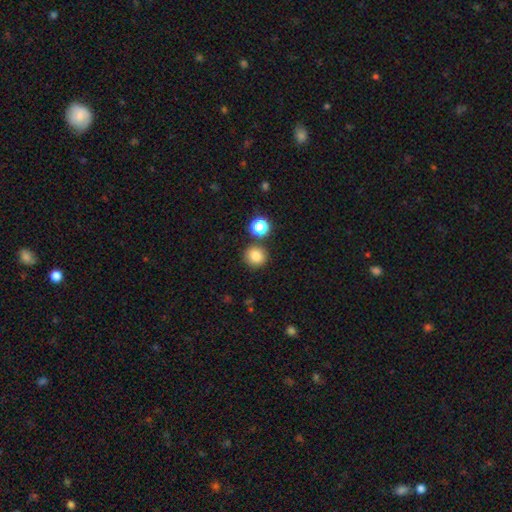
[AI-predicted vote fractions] Smooth or featured? Predicted: smooth (p=0.81). How rounded? Predicted: round (p=0.92). Merging? Predicted: none (p=0.84).